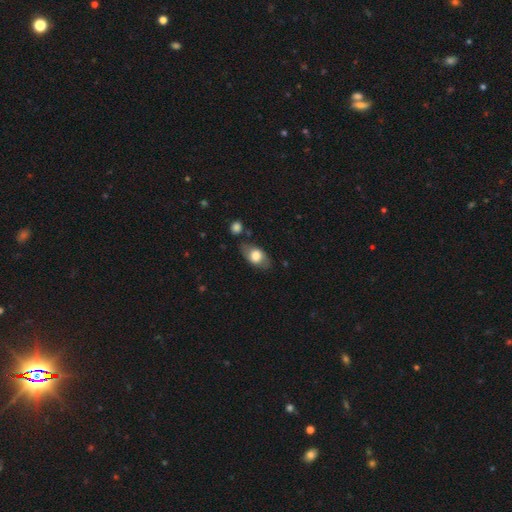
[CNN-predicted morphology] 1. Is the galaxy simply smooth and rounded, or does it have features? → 67% smooth, 27% featured or disk, 6% star or artifact.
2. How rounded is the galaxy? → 86% in between, 11% round, 3% cigar-shaped.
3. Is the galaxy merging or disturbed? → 72% none, 18% minor disturbance, 5% major disturbance, 5% merger.